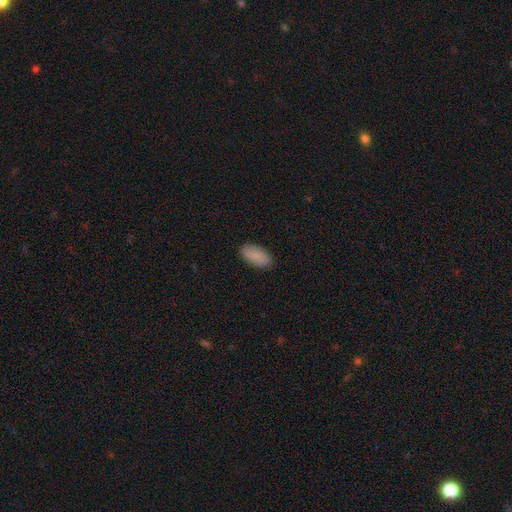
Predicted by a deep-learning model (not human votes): Q: Smooth or featured?
A: smooth (86%); runner-up: featured or disk (8%)
Q: How rounded?
A: in between (94%); runner-up: cigar-shaped (4%)
Q: Merging?
A: none (89%); runner-up: minor disturbance (9%)